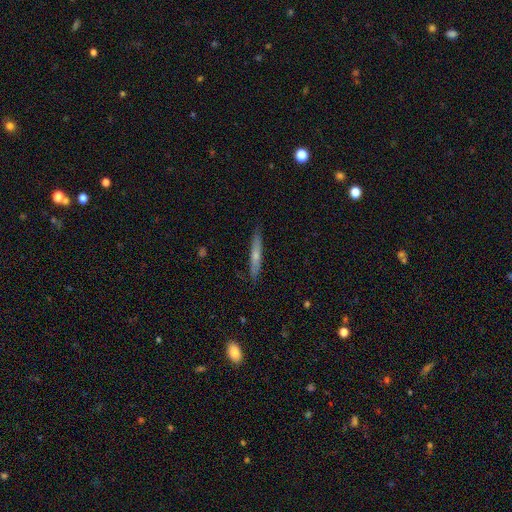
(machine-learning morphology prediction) This appears to be a smooth galaxy with no disk features (51%) that is cigar-shaped (94%). Merging: none (87%).